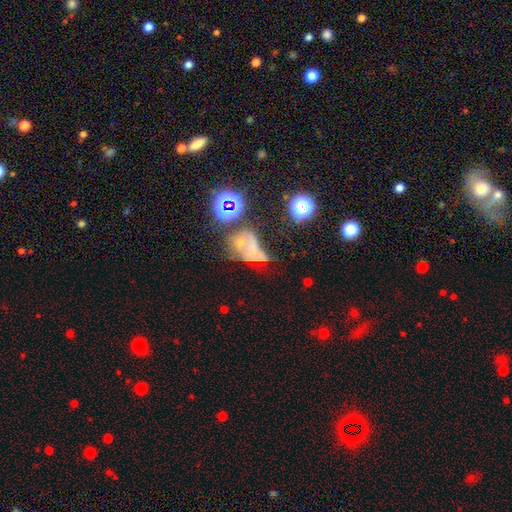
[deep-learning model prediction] Morphology: type=smooth (36%, tied with star or artifact); merging=merger (33%).